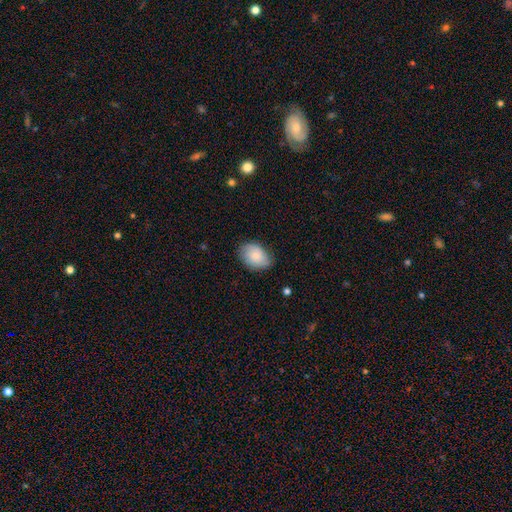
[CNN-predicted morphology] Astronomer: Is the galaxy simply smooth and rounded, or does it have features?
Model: smooth — 78%.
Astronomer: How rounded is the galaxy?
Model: in between — 82%.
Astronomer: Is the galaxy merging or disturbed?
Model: none — 75%.